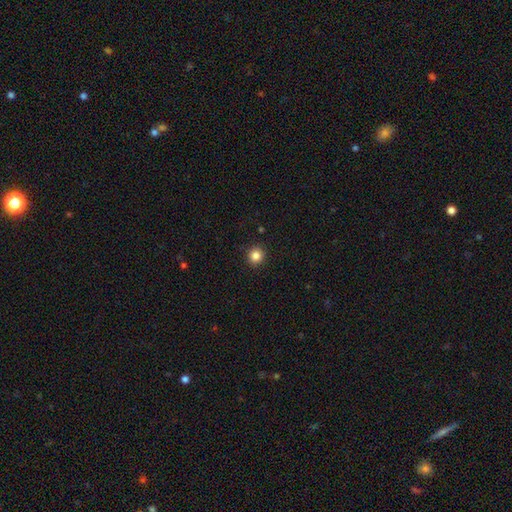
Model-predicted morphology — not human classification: Smooth or featured?
  - smooth: 84% *
  - star or artifact: 11%
  - featured or disk: 4%
How rounded?
  - round: 91% *
  - in between: 8%
  - cigar-shaped: 1%
Merging?
  - none: 92% *
  - minor disturbance: 6%
  - major disturbance: 2%
  - merger: 1%